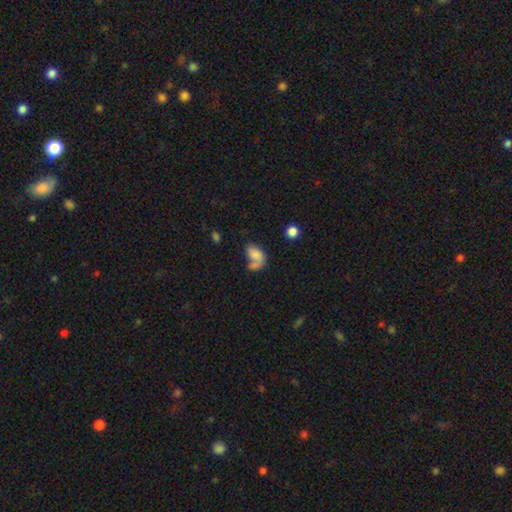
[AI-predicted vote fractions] Smooth or featured?
  - smooth: 65% *
  - featured or disk: 25%
  - star or artifact: 10%
How rounded?
  - in between: 84% *
  - round: 14%
  - cigar-shaped: 2%
Merging?
  - merger: 42% *
  - none: 24%
  - major disturbance: 21%
  - minor disturbance: 14%